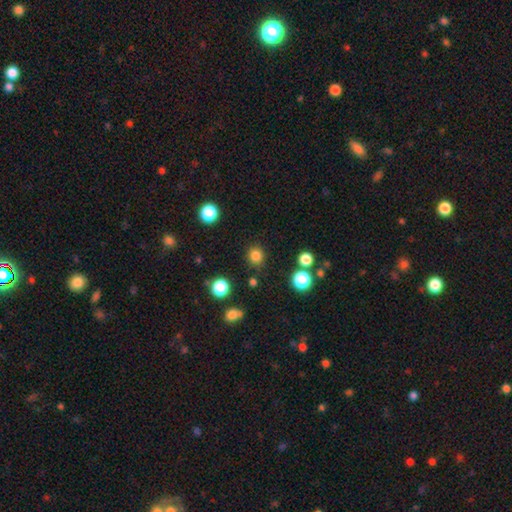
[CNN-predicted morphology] smooth 82%, star or artifact 14%, featured or disk 4%. Down the decision tree: how rounded — round (88%); merging — none (85%).